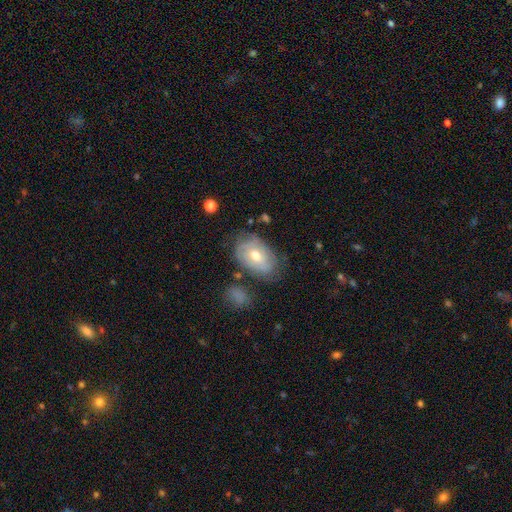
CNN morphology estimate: Q: Smooth or featured?
A: featured or disk (46%); tied with: smooth (46%)
Q: Merging?
A: none (62%); runner-up: minor disturbance (25%)